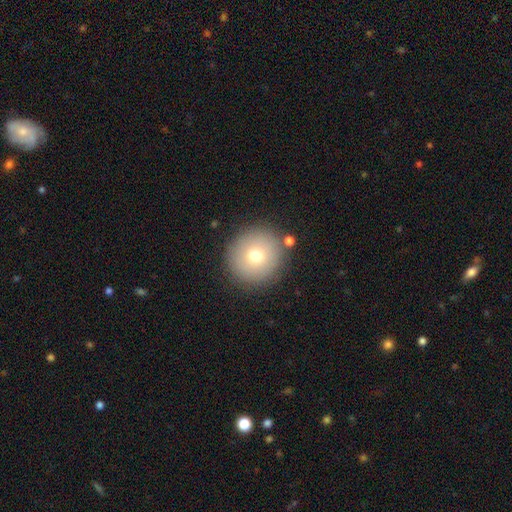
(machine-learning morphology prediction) The model was most divided on "smooth or featured": smooth: 72%, featured or disk: 15%, star or artifact: 12%. More confident: how rounded — round (93%); merging — none (86%).